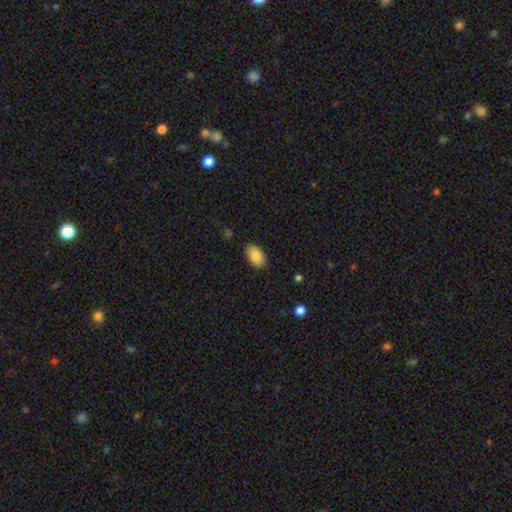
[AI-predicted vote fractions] This appears to be a smooth galaxy with no disk features (86%) that is in between round and cigar-shaped (92%). Merging: none (85%).